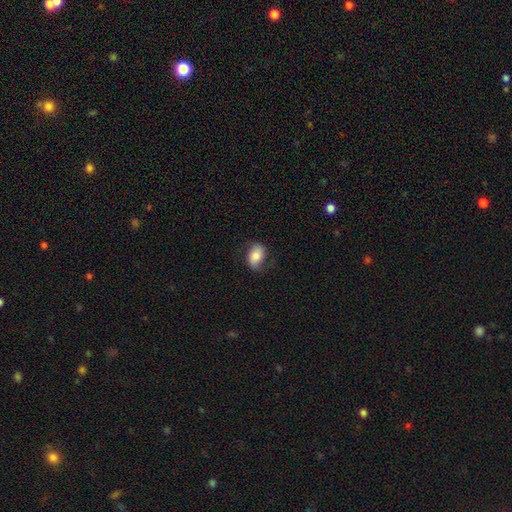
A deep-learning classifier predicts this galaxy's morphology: The model was most divided on "merging": none: 71%, minor disturbance: 20%, major disturbance: 8%, merger: 1%. More confident: how rounded — in between (83%); smooth or featured — smooth (75%).